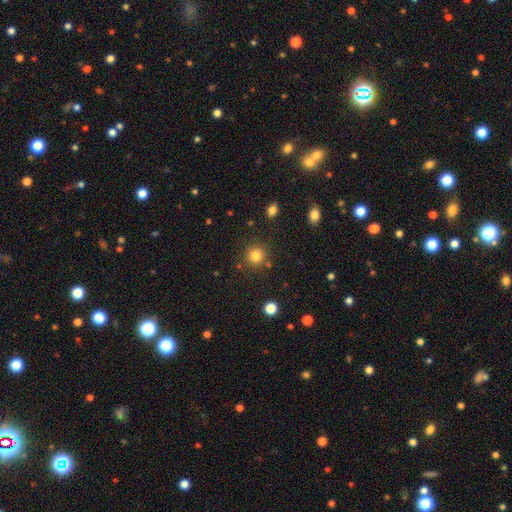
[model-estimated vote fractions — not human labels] smooth-or-featured: smooth: 82% | star or artifact: 12% | featured or disk: 5%
  how-rounded: round: 93% | in between: 6% | cigar-shaped: 1%
  merging: none: 85% | minor disturbance: 8% | merger: 4% | major disturbance: 3%